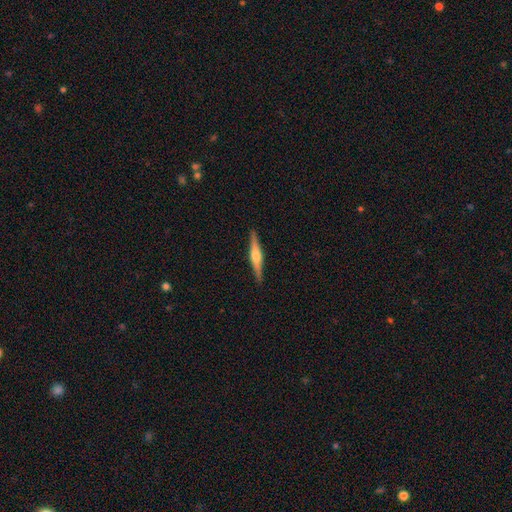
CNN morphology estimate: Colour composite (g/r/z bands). It shows a featured or disk galaxy (69%) viewed edge-on (97%) with a rounded central bulge (87%). Merging: none (90%).